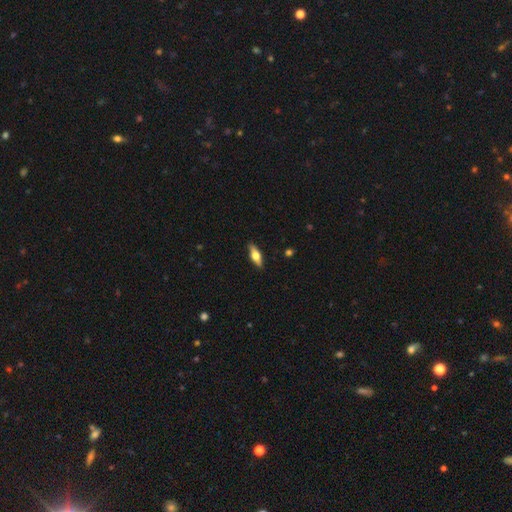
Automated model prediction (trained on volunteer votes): Smooth or featured? Predicted: featured or disk (p=0.49). Merging? Predicted: none (p=0.89).